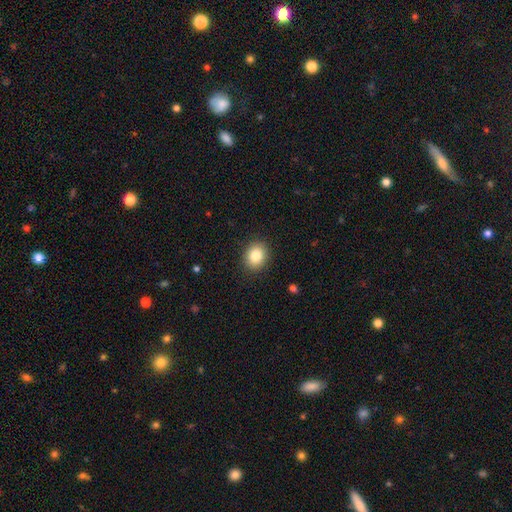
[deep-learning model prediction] Smooth or featured?
  - smooth: 84% *
  - star or artifact: 9%
  - featured or disk: 7%
How rounded?
  - round: 57% *
  - in between: 42%
  - cigar-shaped: 1%
Merging?
  - none: 89% *
  - minor disturbance: 7%
  - major disturbance: 2%
  - merger: 1%